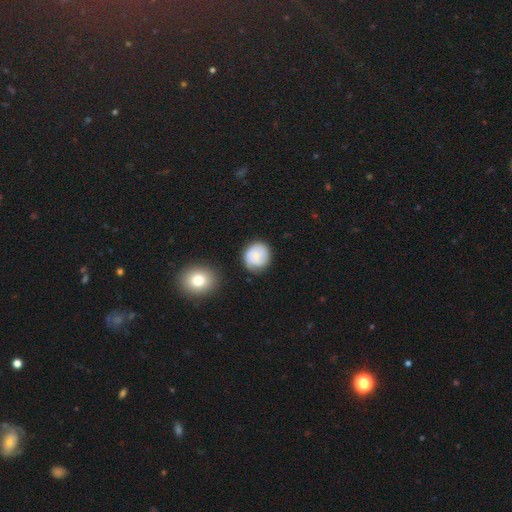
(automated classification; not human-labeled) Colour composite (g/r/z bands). It shows a smooth galaxy with no disk features (67%) that is round (83%). Merging: none (75%).